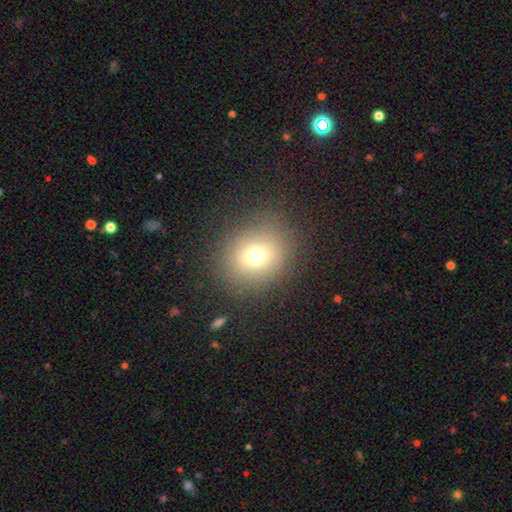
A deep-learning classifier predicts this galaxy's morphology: type=smooth (72%); roundness=round (75%); merging=none (84%).